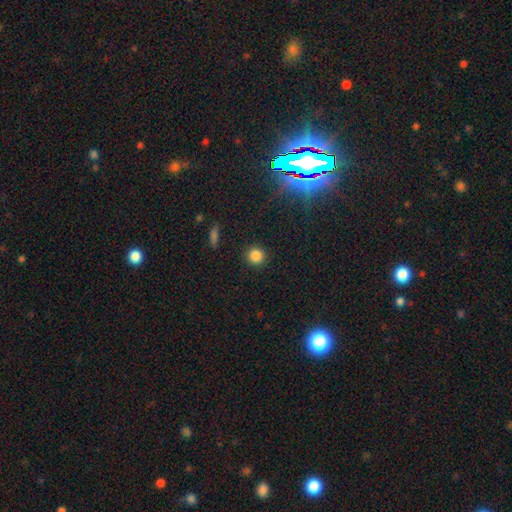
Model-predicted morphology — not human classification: smooth 84%, star or artifact 12%, featured or disk 4%. Down the decision tree: how rounded — round (94%); merging — none (91%).